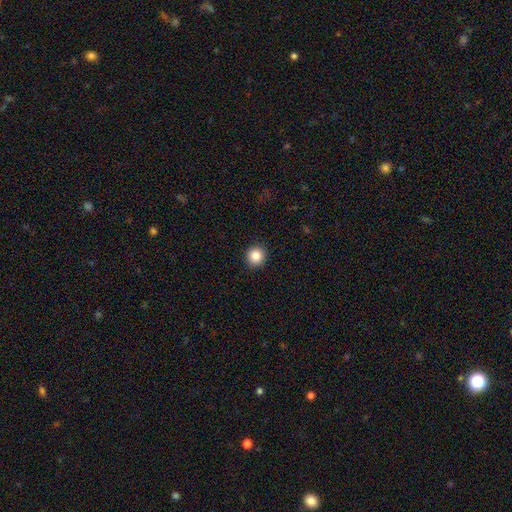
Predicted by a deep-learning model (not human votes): Smooth or featured? Predicted: smooth (p=0.86). How rounded? Predicted: round (p=0.93). Merging? Predicted: none (p=0.92).